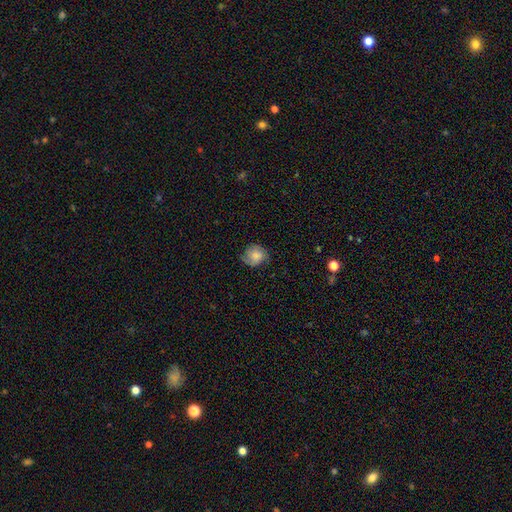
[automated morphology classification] The model was most divided on "smooth or featured": smooth: 65%, featured or disk: 27%, star or artifact: 8%. More confident: how rounded — round (79%); merging — none (68%).